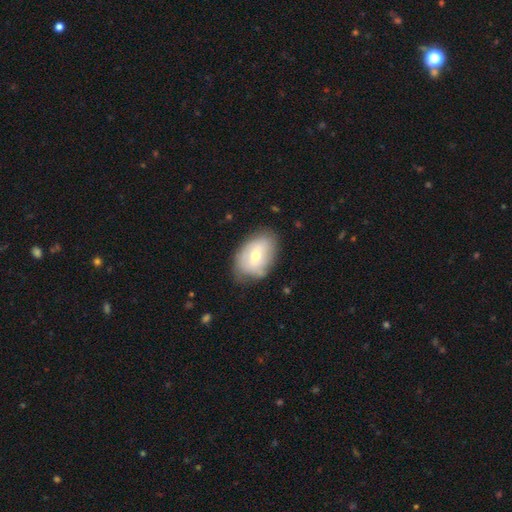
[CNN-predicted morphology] smooth_or_featured: smooth (p=0.56) [alt: featured or disk p=0.37]
how_rounded: in between (p=0.83) [alt: round p=0.16]
merging: none (p=0.65) [alt: minor disturbance p=0.26]